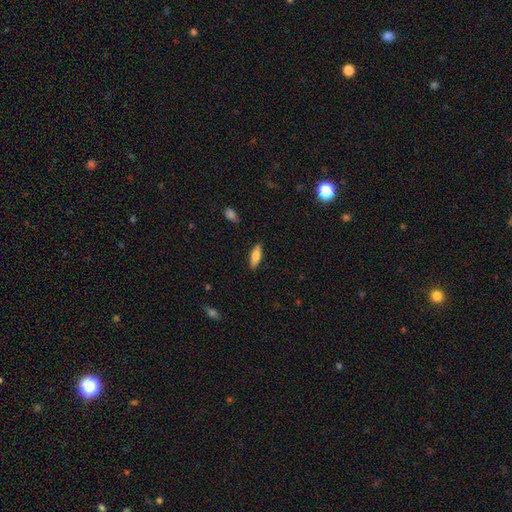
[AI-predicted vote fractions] This is likely a smooth galaxy (74%). How rounded: possibly in between (59%). Merging: clearly none (87%).